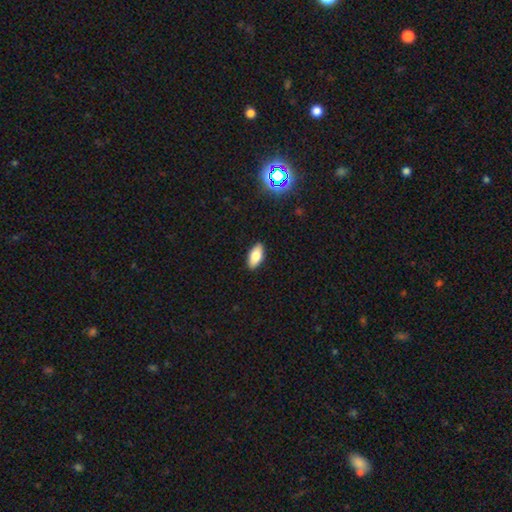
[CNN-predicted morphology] smooth-or-featured: smooth: 80% | featured or disk: 13% | star or artifact: 8%
  how-rounded: in between: 89% | cigar-shaped: 8% | round: 3%
  merging: none: 89% | minor disturbance: 8% | major disturbance: 2% | merger: 1%